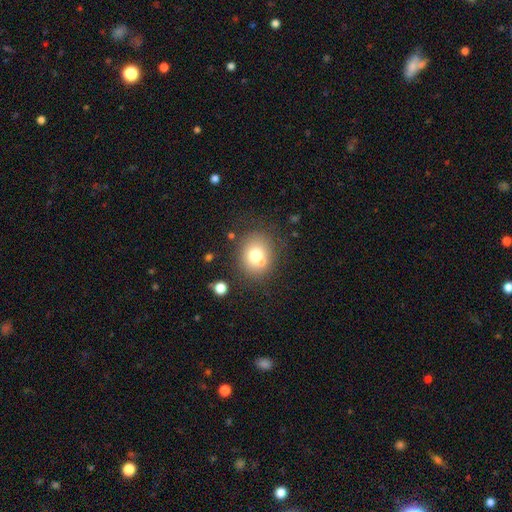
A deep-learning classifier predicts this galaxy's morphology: Q: Smooth or featured?
A: smooth (71%); runner-up: featured or disk (17%)
Q: How rounded?
A: round (70%); runner-up: in between (29%)
Q: Merging?
A: none (64%); runner-up: merger (19%)